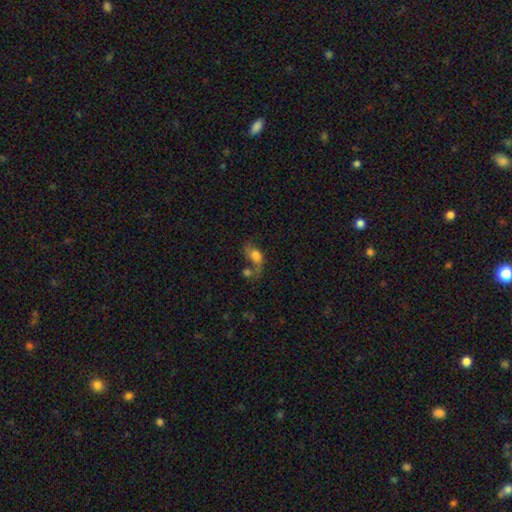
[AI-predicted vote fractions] Morphology: type=smooth (44%, tied with featured or disk); merging=merger (37%).